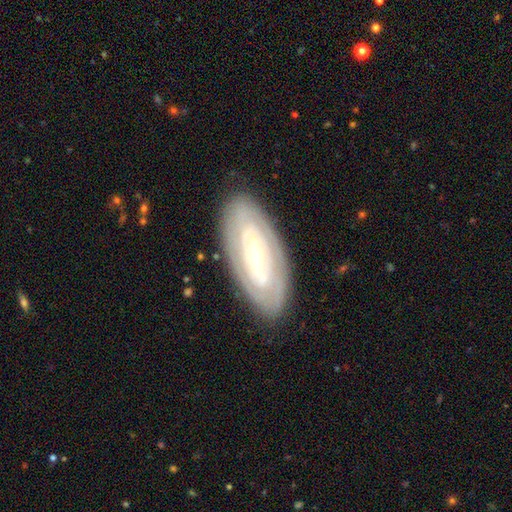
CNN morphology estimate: Smooth or featured: featured or disk — 76% (smooth — 18%)
Edge-on disk: no — 90% (yes — 10%)
Bar: no — 41% (weak — 33%)
Spiral arms: yes — 71% (no — 29%)
Bulge size: small — 66% (moderate — 30%)
Merging: none — 84% (minor disturbance — 11%)